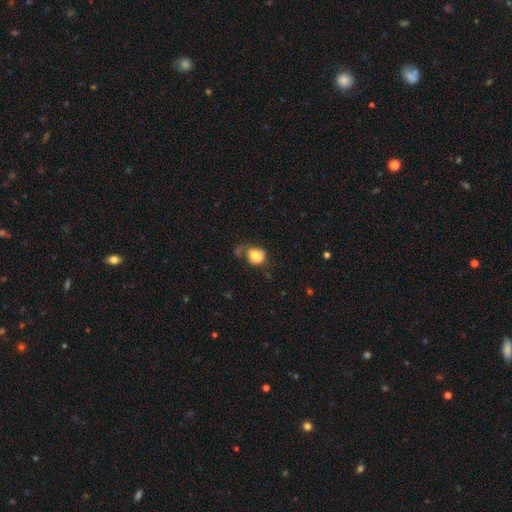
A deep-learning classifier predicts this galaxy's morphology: smooth 75%, featured or disk 15%, star or artifact 9%. Down the decision tree: how rounded — round (50%); merging — none (35%).